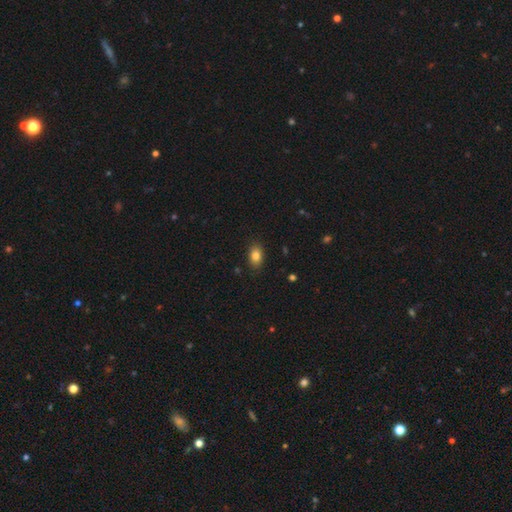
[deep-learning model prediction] Smooth or featured: smooth — 84% (star or artifact — 9%)
How rounded: in between — 84% (round — 14%)
Merging: none — 87% (minor disturbance — 10%)